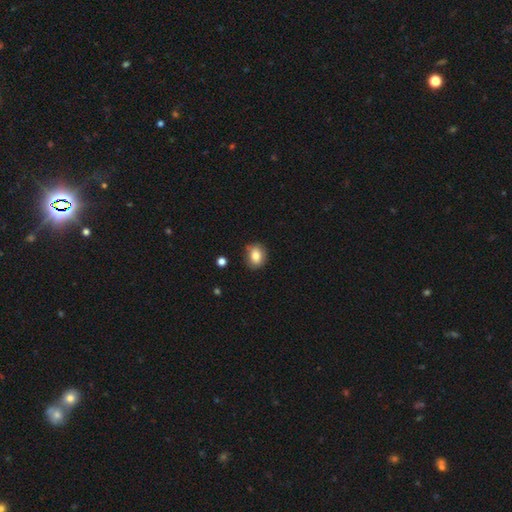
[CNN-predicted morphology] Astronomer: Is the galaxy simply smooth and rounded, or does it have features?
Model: smooth — 81%.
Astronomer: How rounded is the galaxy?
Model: round — 50% (runner-up: in between, 49%).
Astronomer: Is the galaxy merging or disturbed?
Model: none — 79%.